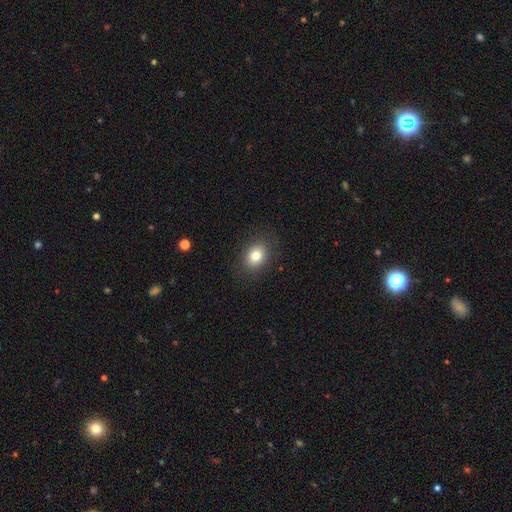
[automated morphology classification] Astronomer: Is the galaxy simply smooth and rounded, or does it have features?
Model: smooth — 82%.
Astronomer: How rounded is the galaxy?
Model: in between — 58% (runner-up: round, 41%).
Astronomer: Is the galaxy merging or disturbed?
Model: none — 86%.